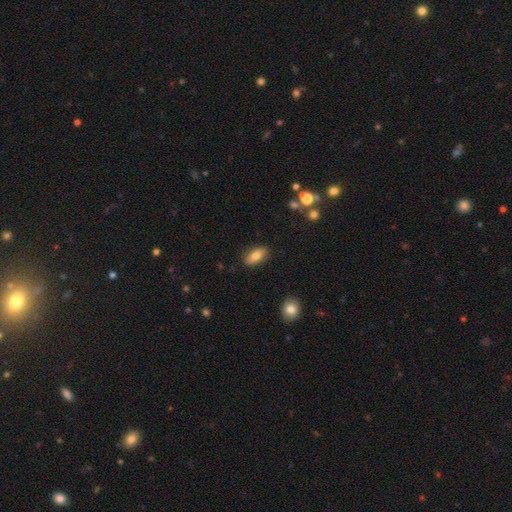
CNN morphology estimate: smooth 77%, featured or disk 16%, star or artifact 8%. Down the decision tree: how rounded — in between (86%); merging — none (85%).